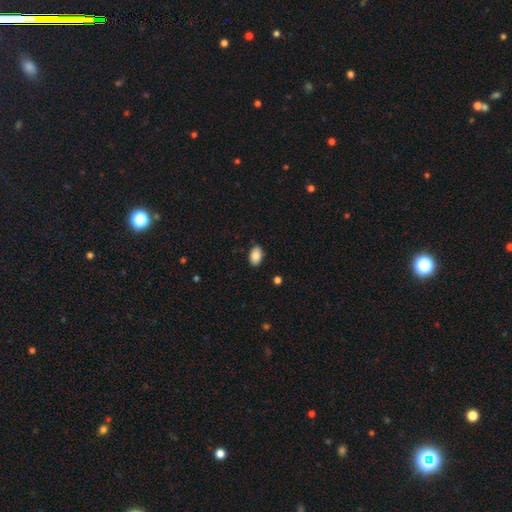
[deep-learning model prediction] Morphology: type=smooth (87%); roundness=in between (91%); merging=none (86%).